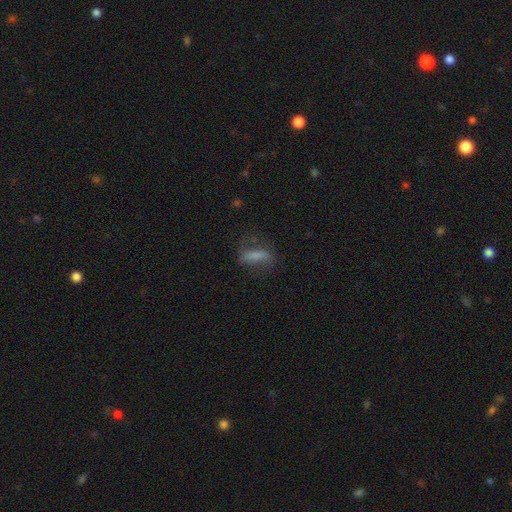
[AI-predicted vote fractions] smooth_or_featured: smooth (p=0.59) [alt: featured or disk p=0.29]
how_rounded: in between (p=0.50) [alt: cigar-shaped p=0.46]
merging: none (p=0.54) [alt: minor disturbance p=0.23]